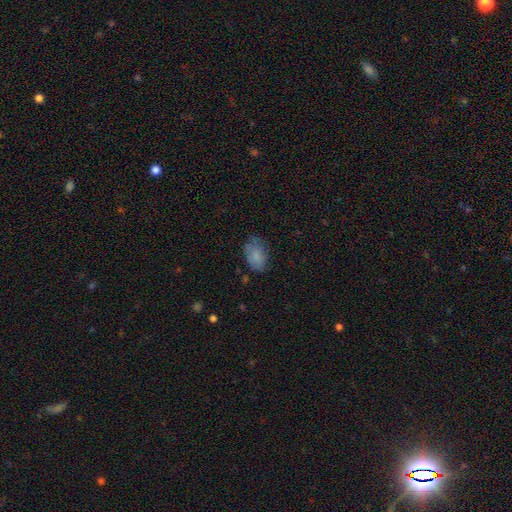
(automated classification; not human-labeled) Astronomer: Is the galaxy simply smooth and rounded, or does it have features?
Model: smooth — 77%.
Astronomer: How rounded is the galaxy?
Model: in between — 87%.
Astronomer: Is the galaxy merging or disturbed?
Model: none — 64%.